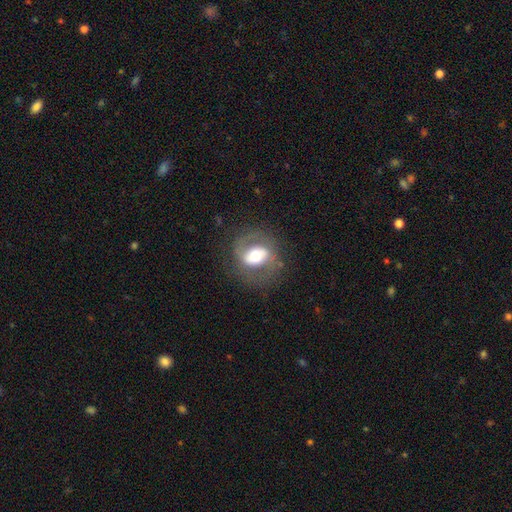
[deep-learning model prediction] smooth-or-featured: featured or disk: 59% | smooth: 33% | star or artifact: 8%
  disk-edge-on: no: 95% | yes: 5%
    bar: weak: 35% | no: 33% | strong: 32%
    has-spiral-arms: yes: 57% | no: 43%
    bulge-size: moderate: 60% | large: 28% | small: 7% | dominant: 4% | none: 1%
  merging: none: 71% | minor disturbance: 16% | major disturbance: 12% | merger: 1%